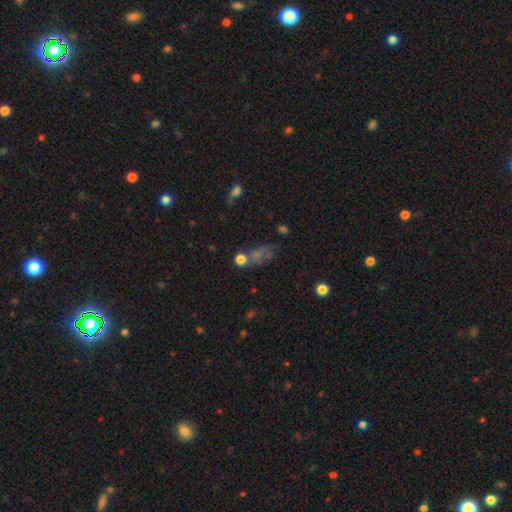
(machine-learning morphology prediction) Smooth or featured? Predicted: smooth (p=0.44). Merging? Predicted: none (p=0.47).